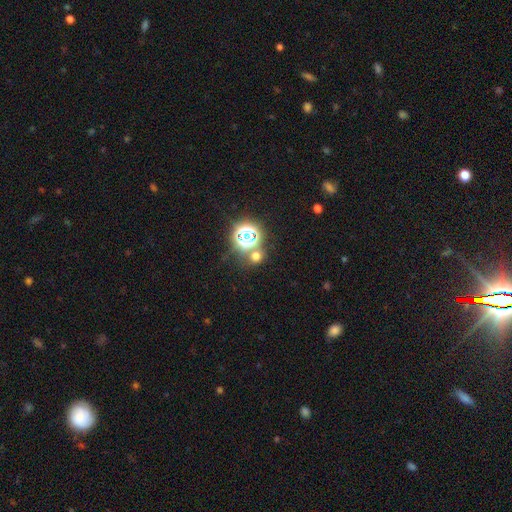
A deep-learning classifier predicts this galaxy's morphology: The model was most divided on "smooth or featured": smooth: 53%, star or artifact: 39%, featured or disk: 8%. More confident: how rounded — round (81%); merging — none (67%).